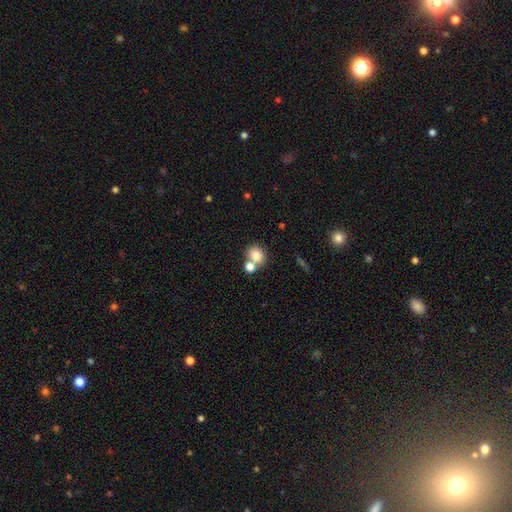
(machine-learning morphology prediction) smooth-or-featured: smooth: 79% | star or artifact: 10% | featured or disk: 10%
  how-rounded: round: 65% | in between: 34% | cigar-shaped: 1%
  merging: none: 50% | merger: 38% | minor disturbance: 8% | major disturbance: 3%